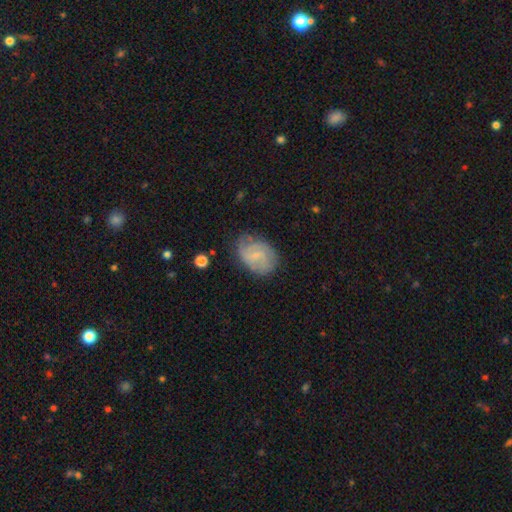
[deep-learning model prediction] This is likely a featured or disk galaxy (62%). It is clearly not viewed edge-on (98%). Bar: possibly weak (50%). Spiral arm pattern: clearly yes (88%). Spiral arm count: possibly 2 (50%). Spiral winding: marginally medium (43%). Central bulge: likely small (61%). Merging: likely none (68%).